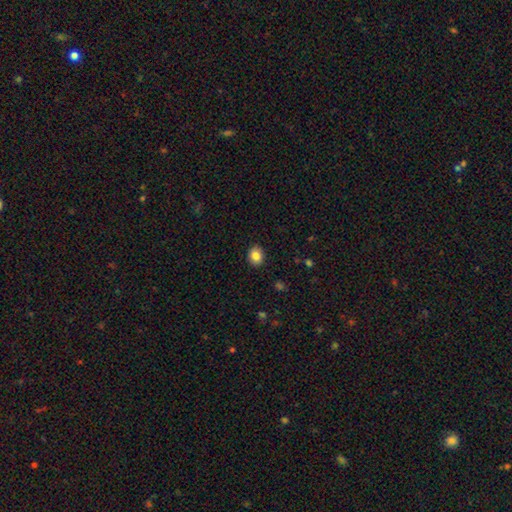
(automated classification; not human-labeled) smooth_or_featured: smooth (p=0.84) [alt: star or artifact p=0.09]
how_rounded: round (p=0.58) [alt: in between p=0.41]
merging: none (p=0.90) [alt: minor disturbance p=0.07]